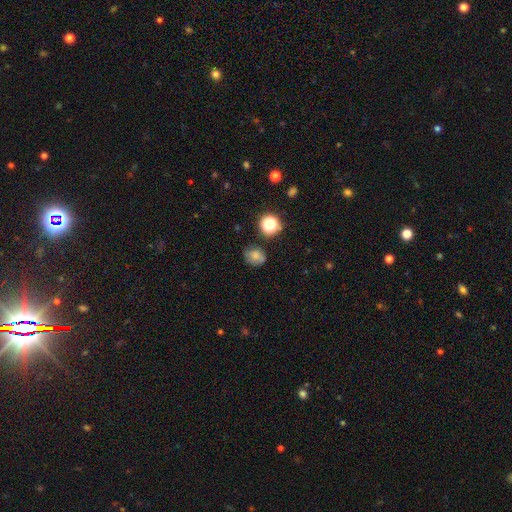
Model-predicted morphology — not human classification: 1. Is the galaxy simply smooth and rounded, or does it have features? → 72% smooth, 16% star or artifact, 12% featured or disk.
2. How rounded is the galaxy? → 60% round, 39% in between, 1% cigar-shaped.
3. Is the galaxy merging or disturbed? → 70% none, 21% minor disturbance, 6% major disturbance, 4% merger.